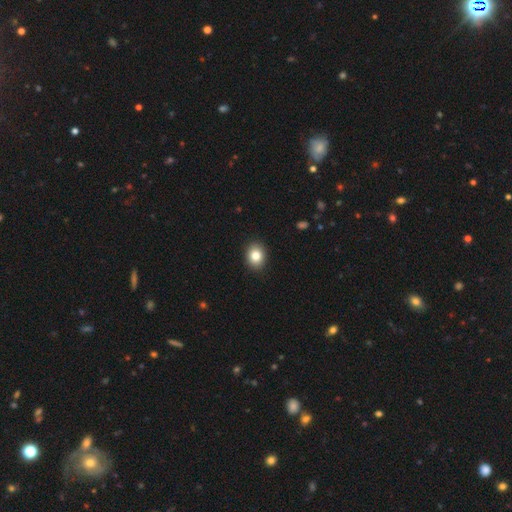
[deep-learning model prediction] Morphology: type=smooth (83%); roundness=in between (52%); merging=none (91%).